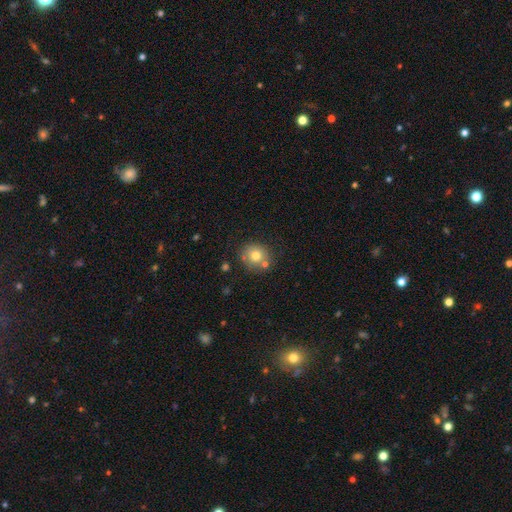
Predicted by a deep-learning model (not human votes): Overall: smooth (74%). How rounded: round (83%). Merging: none (70%).